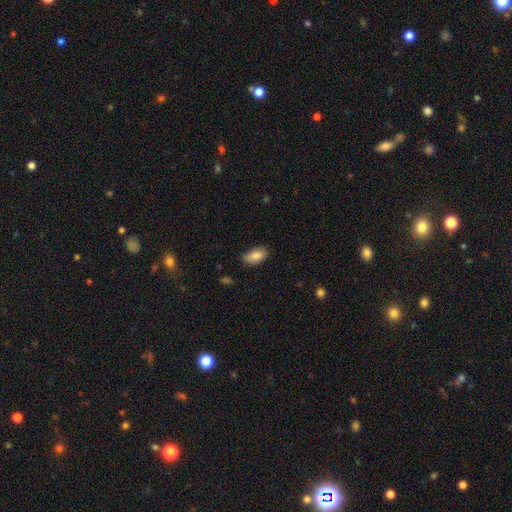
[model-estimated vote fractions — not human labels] Q: Smooth or featured?
A: smooth (84%); runner-up: featured or disk (9%)
Q: How rounded?
A: in between (92%); runner-up: round (5%)
Q: Merging?
A: none (79%); runner-up: minor disturbance (17%)